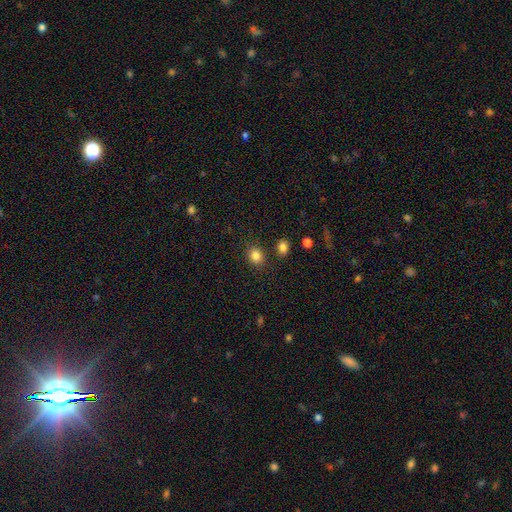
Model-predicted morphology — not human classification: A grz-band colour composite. It shows a smooth galaxy with no disk features (84%) that is round (65%). Merging: none (81%).